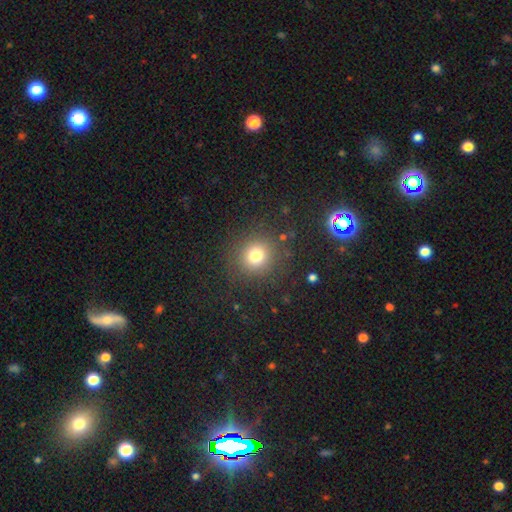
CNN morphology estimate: smooth 76%, star or artifact 17%, featured or disk 8%. Down the decision tree: how rounded — round (90%); merging — none (86%).